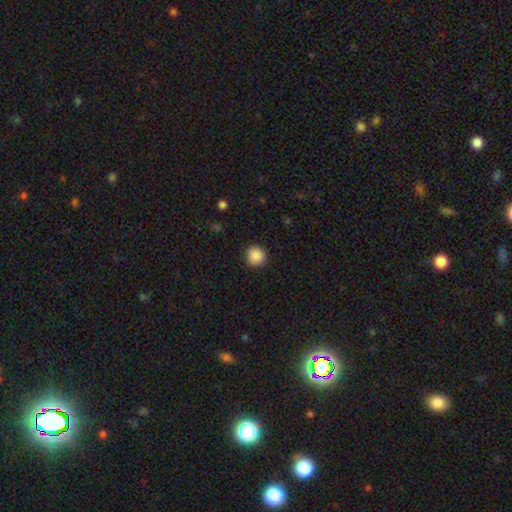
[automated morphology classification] Smooth or featured? Predicted: smooth (p=0.88). How rounded? Predicted: round (p=0.93). Merging? Predicted: none (p=0.90).